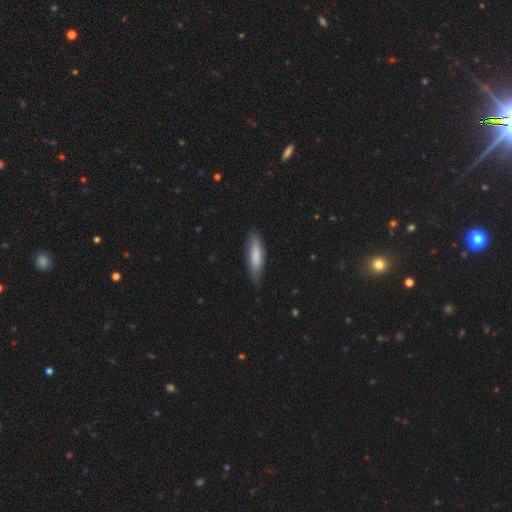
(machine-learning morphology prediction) A smooth galaxy with no disk features (76%) that is cigar-shaped (62%). Merging: none (72%).